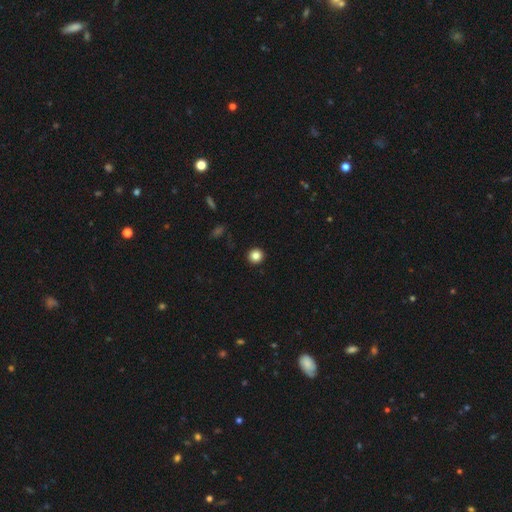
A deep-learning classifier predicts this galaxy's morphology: The model was most divided on "smooth or featured": smooth: 84%, star or artifact: 11%, featured or disk: 5%. More confident: how rounded — round (95%); merging — none (93%).